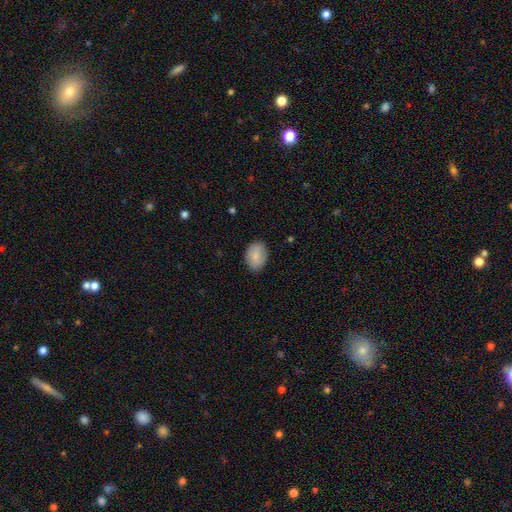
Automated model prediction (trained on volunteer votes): Smooth or featured? Predicted: smooth (p=0.79). How rounded? Predicted: in between (p=0.76). Merging? Predicted: none (p=0.82).